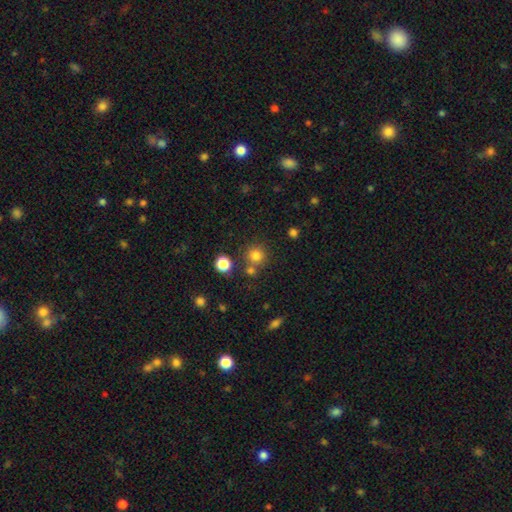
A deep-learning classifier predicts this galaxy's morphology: Smooth or featured? smooth (79%)
How rounded? round (92%)
Merging? none (72%)